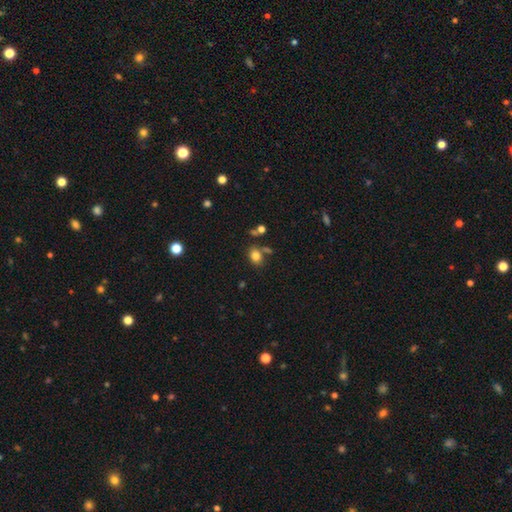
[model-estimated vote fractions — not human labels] Q: Smooth or featured?
A: smooth (80%); runner-up: star or artifact (12%)
Q: How rounded?
A: in between (71%); runner-up: round (27%)
Q: Merging?
A: none (67%); runner-up: minor disturbance (15%)